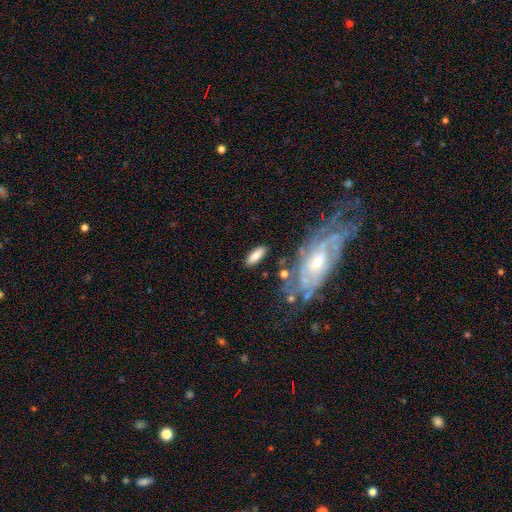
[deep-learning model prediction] A smooth galaxy with no disk features (74%) that is in between round and cigar-shaped (64%). Merging: none (78%).